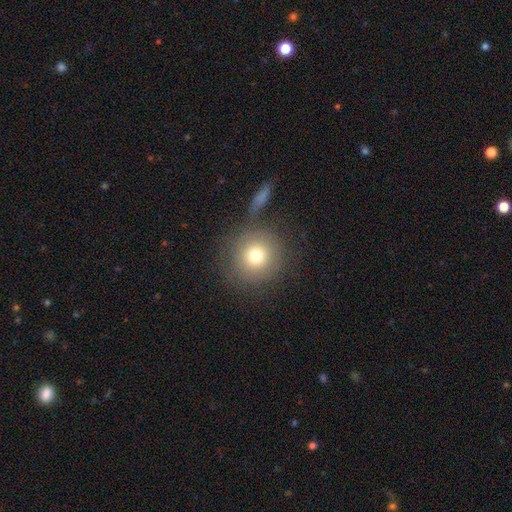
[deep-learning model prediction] smooth 74%, featured or disk 15%, star or artifact 11%. Down the decision tree: how rounded — round (93%); merging — none (74%).